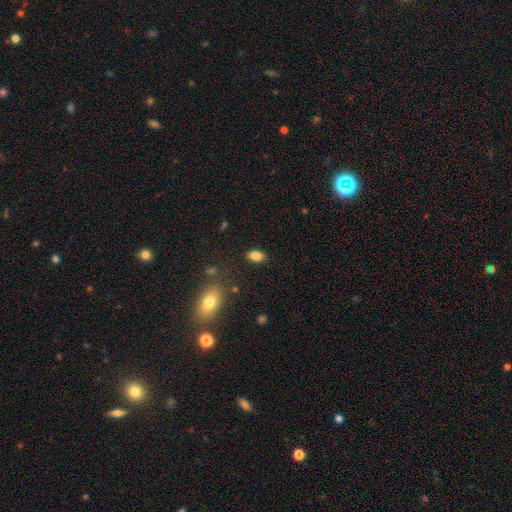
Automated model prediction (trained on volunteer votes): Morphology: type=smooth (83%); roundness=in between (89%); merging=none (86%).